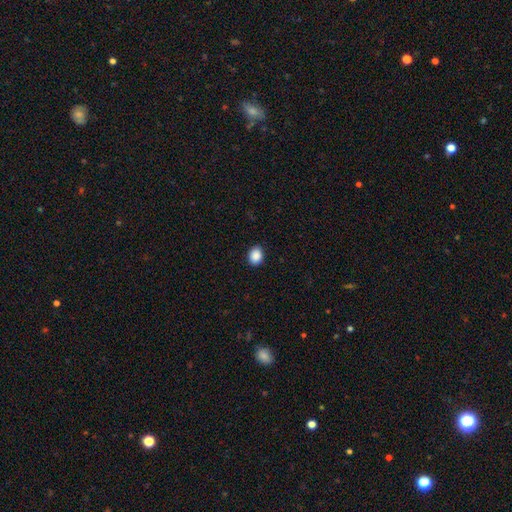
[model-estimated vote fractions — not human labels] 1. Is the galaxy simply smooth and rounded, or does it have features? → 89% smooth, 8% star or artifact, 3% featured or disk.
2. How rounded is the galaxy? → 52% in between, 47% round, 1% cigar-shaped.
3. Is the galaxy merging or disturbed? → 89% none, 8% minor disturbance, 2% major disturbance, 1% merger.